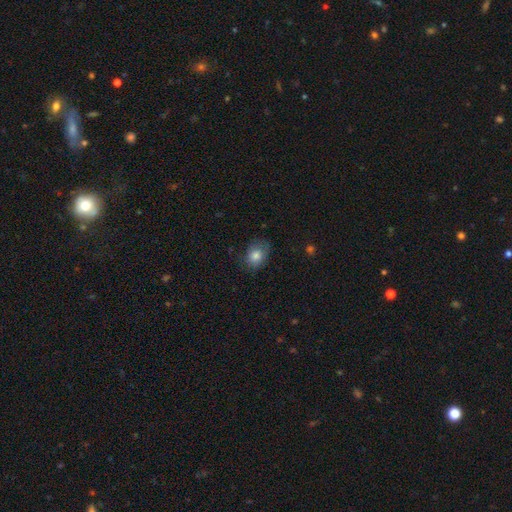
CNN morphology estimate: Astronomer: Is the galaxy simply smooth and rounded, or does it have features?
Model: smooth — 82%.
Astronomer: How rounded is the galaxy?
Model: in between — 51% (runner-up: round, 48%).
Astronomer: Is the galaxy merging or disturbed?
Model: none — 69%.